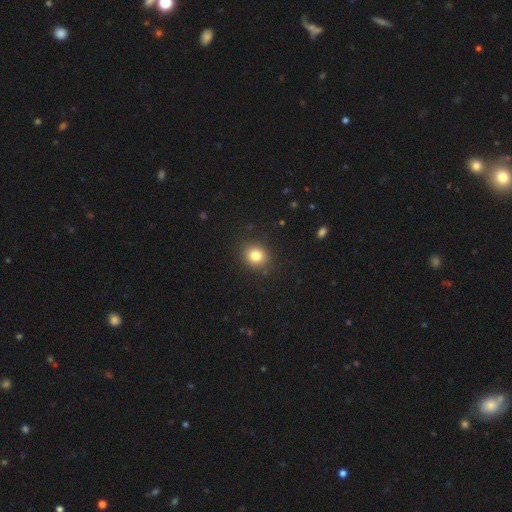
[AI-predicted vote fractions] Smooth or featured: smooth — 81% (star or artifact — 12%)
How rounded: round — 77% (in between — 22%)
Merging: none — 89% (minor disturbance — 8%)